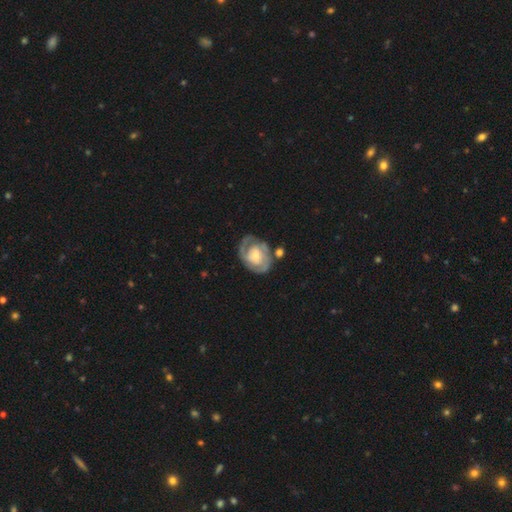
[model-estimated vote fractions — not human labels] This is clearly a featured or disk galaxy (82%). It is clearly not viewed edge-on (97%). Bar: possibly no (58%). Spiral arm pattern: clearly yes (92%). Spiral arm count: possibly 2 (58%). Spiral winding: likely tight (61%). Central bulge: possibly small (47%). Merging: likely none (64%).